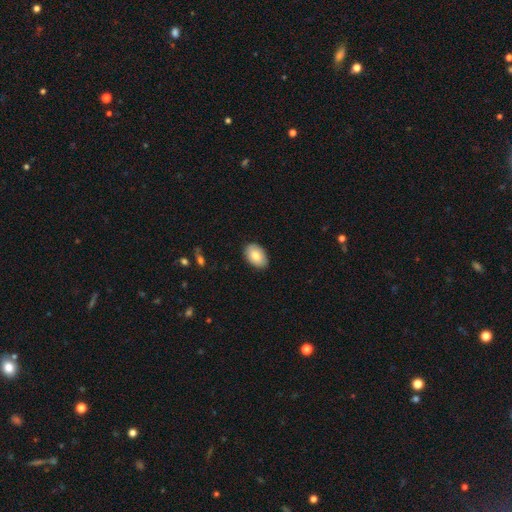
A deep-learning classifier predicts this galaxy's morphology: Smooth or featured? smooth (82%)
How rounded? in between (91%)
Merging? none (86%)